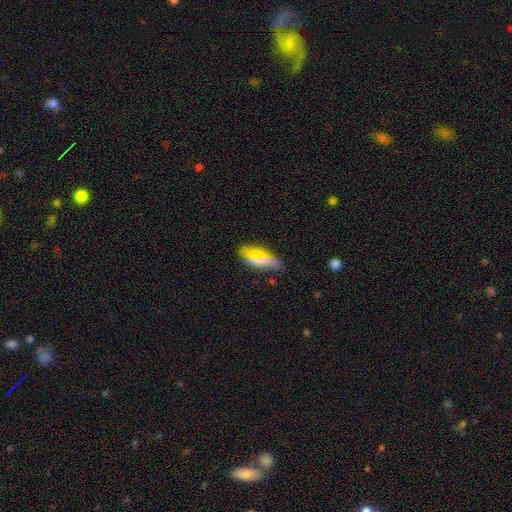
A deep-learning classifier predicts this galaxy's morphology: Overall: smooth (54%; featured or disk 35%). How rounded: in between (53%; cigar-shaped 44%). Merging: none (68%).